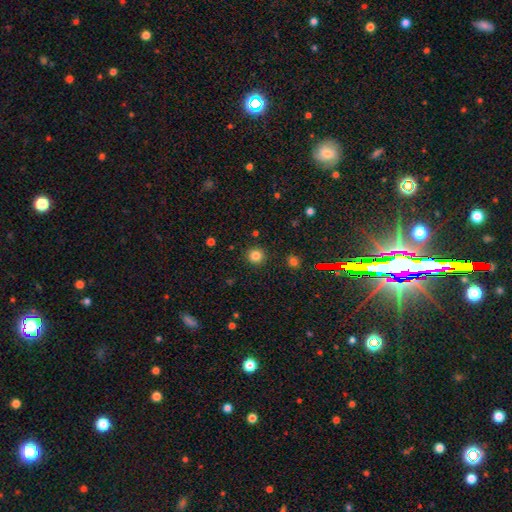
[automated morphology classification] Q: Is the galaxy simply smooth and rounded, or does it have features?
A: smooth — 81%.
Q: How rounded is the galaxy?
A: round — 93%.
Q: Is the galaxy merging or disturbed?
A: none — 91%.